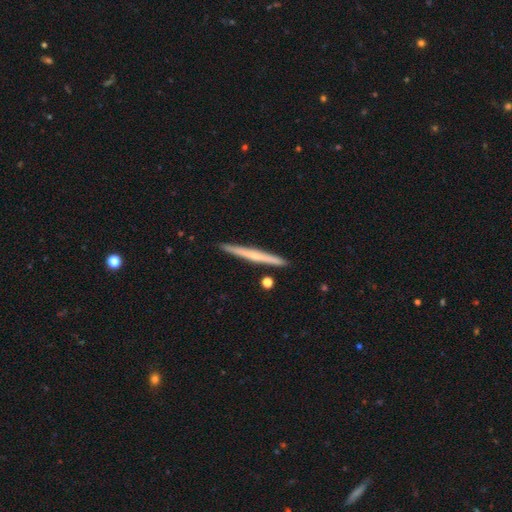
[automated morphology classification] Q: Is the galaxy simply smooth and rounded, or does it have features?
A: featured or disk — 48%.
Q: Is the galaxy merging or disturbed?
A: none — 91%.